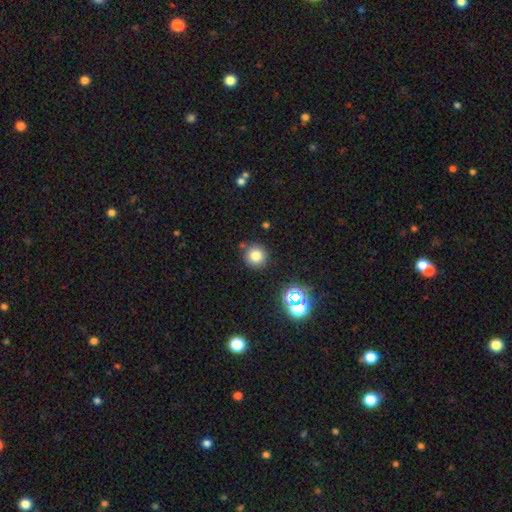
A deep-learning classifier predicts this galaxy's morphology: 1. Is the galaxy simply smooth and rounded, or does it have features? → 78% smooth, 16% star or artifact, 7% featured or disk.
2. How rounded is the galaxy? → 94% round, 6% in between, 1% cigar-shaped.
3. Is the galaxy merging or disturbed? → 84% none, 8% minor disturbance, 5% merger, 3% major disturbance.